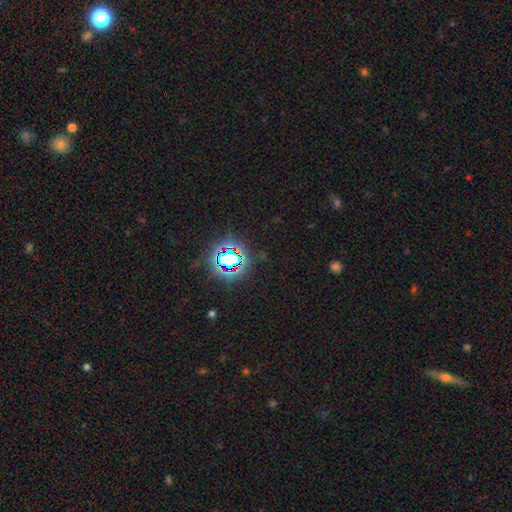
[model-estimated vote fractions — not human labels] Smooth or featured? star or artifact (79%)